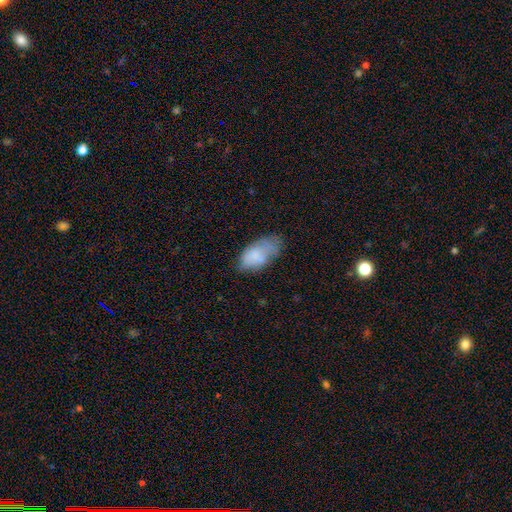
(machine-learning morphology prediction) A smooth galaxy with no disk features (77%) that is in between round and cigar-shaped (94%).

Vote fractions:
- Smooth or featured? smooth: 77% / featured or disk: 15% / star or artifact: 8%
- How rounded? in between: 94% / round: 3% / cigar-shaped: 3%
- Merging? none: 48% / minor disturbance: 35% / major disturbance: 14% / merger: 3%